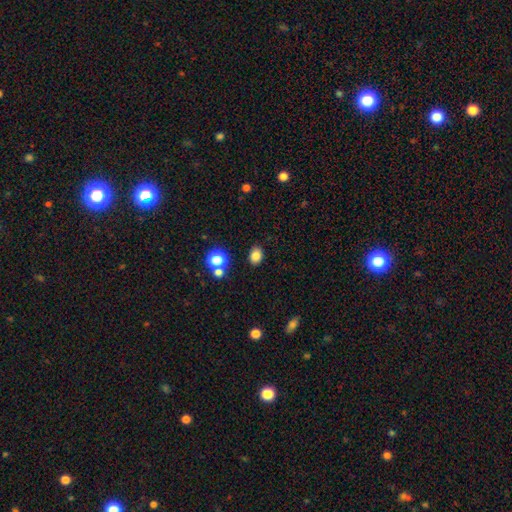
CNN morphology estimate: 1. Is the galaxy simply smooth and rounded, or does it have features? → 82% smooth, 12% star or artifact, 6% featured or disk.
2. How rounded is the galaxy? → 63% in between, 36% round, 1% cigar-shaped.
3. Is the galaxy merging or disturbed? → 83% none, 10% minor disturbance, 4% merger, 3% major disturbance.